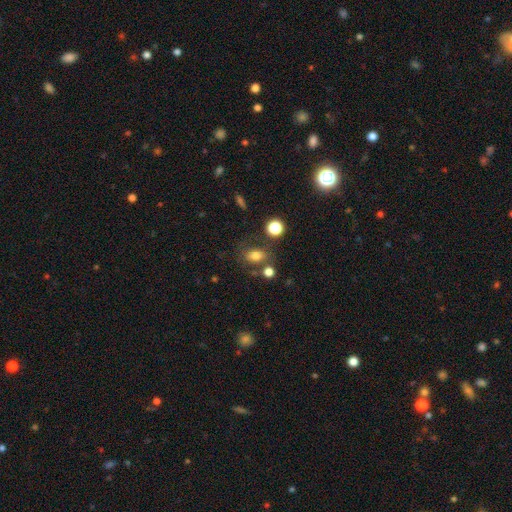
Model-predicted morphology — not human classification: smooth_or_featured: smooth (p=0.76) [alt: star or artifact p=0.14]
how_rounded: in between (p=0.73) [alt: round p=0.25]
merging: none (p=0.66) [alt: minor disturbance p=0.15]